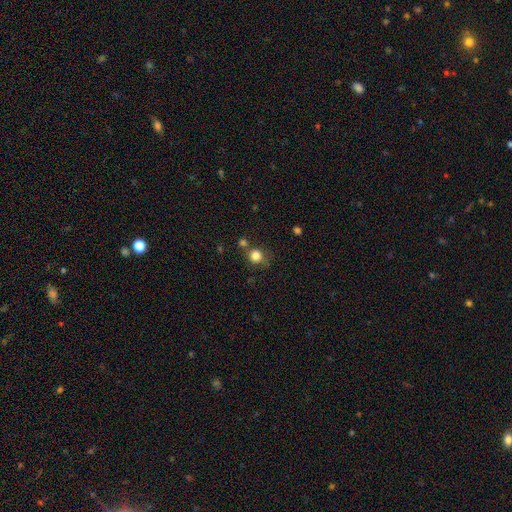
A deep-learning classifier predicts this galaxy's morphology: Smooth or featured? smooth (82%)
How rounded? round (88%)
Merging? none (64%)